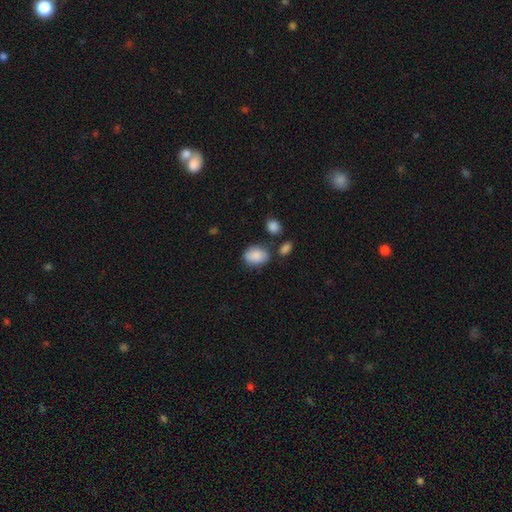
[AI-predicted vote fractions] Smooth or featured?
  - smooth: 87% *
  - star or artifact: 7%
  - featured or disk: 6%
How rounded?
  - in between: 71% *
  - round: 28%
  - cigar-shaped: 1%
Merging?
  - none: 65% *
  - minor disturbance: 20%
  - merger: 9%
  - major disturbance: 6%